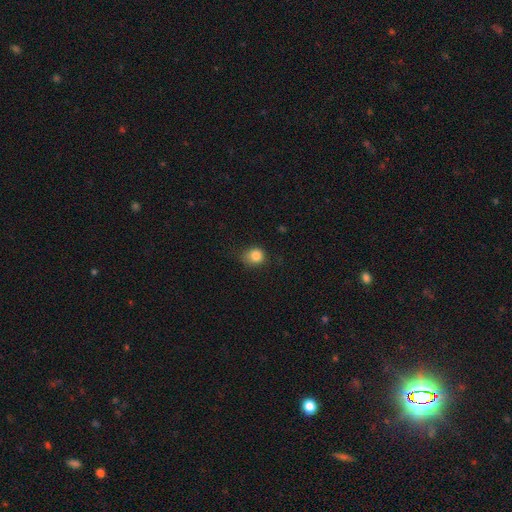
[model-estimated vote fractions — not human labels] smooth 84%, star or artifact 11%, featured or disk 5%. Down the decision tree: how rounded — round (77%); merging — none (64%).